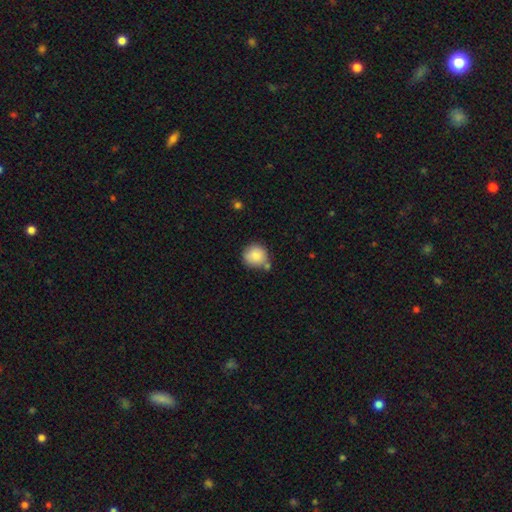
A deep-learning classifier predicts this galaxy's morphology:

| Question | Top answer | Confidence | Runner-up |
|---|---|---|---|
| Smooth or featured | smooth | 87% | star or artifact (7%) |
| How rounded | round | 91% | in between (8%) |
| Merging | none | 67% | minor disturbance (16%) |